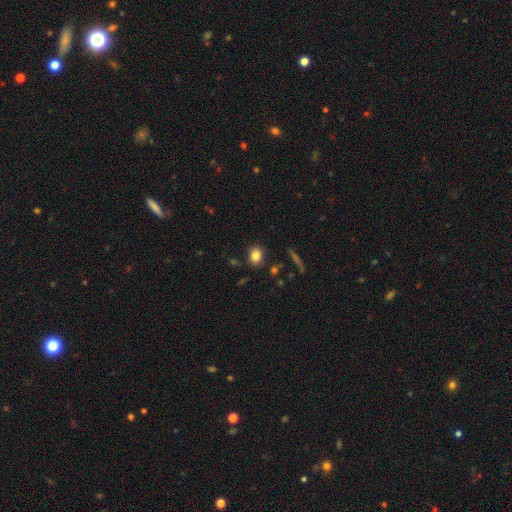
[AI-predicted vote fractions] Smooth or featured? smooth (82%)
How rounded? round (50%)
Merging? none (86%)